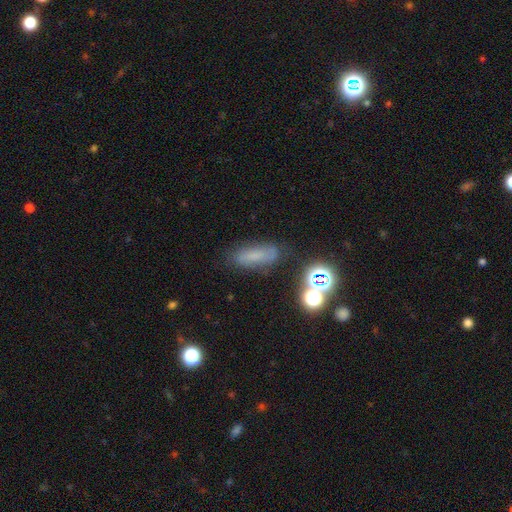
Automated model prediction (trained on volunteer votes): Smooth or featured? smooth (59%)
How rounded? in between (59%)
Merging? none (72%)